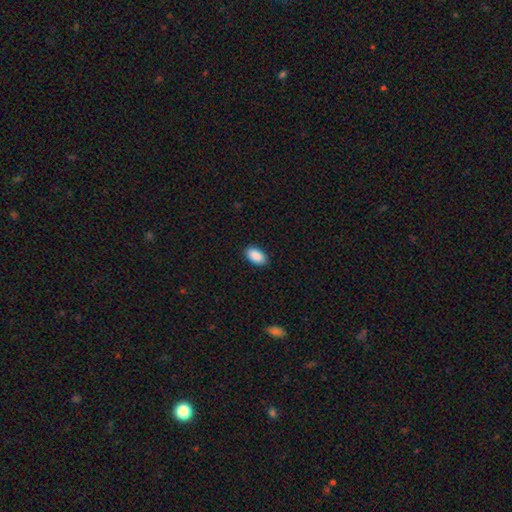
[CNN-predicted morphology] type=smooth (91%); roundness=in between (95%); merging=none (89%).